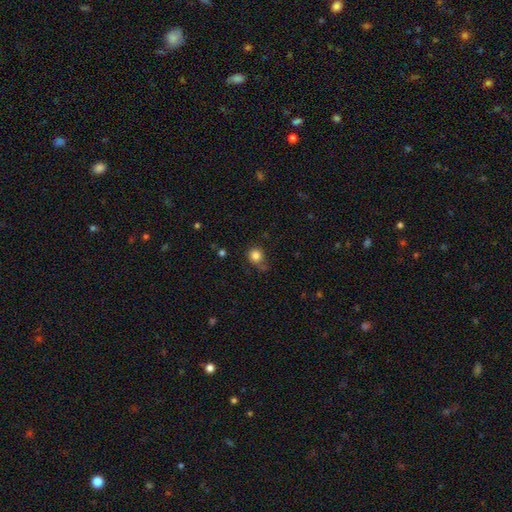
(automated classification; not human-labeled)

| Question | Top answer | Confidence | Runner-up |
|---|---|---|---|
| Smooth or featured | smooth | 83% | star or artifact (11%) |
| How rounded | round | 86% | in between (13%) |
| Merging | none | 65% | minor disturbance (22%) |